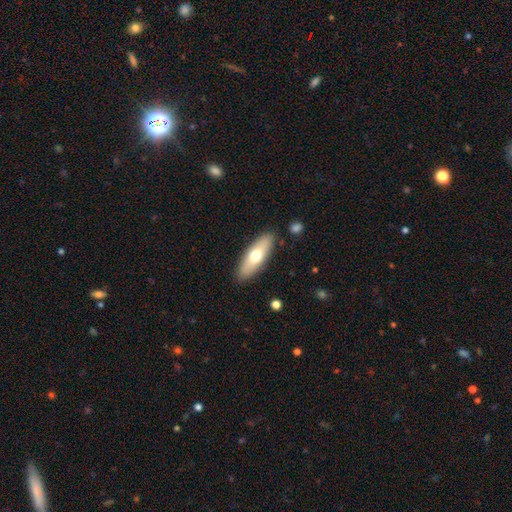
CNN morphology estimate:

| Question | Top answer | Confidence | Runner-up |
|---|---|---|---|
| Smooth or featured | smooth | 64% | featured or disk (31%) |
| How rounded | in between | 58% | cigar-shaped (40%) |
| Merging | none | 88% | minor disturbance (9%) |